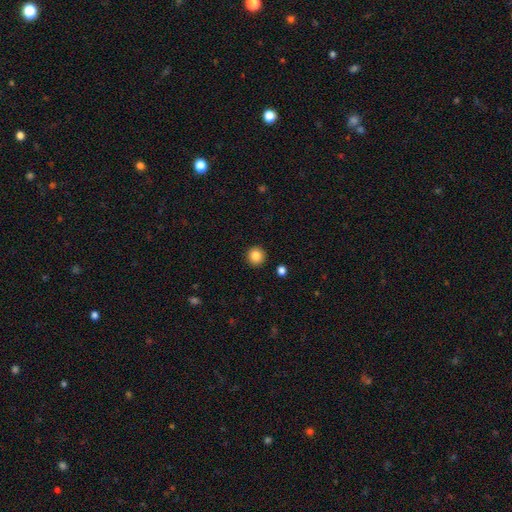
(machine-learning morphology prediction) This is clearly a smooth galaxy (85%). How rounded: clearly round (94%). Merging: clearly none (93%).